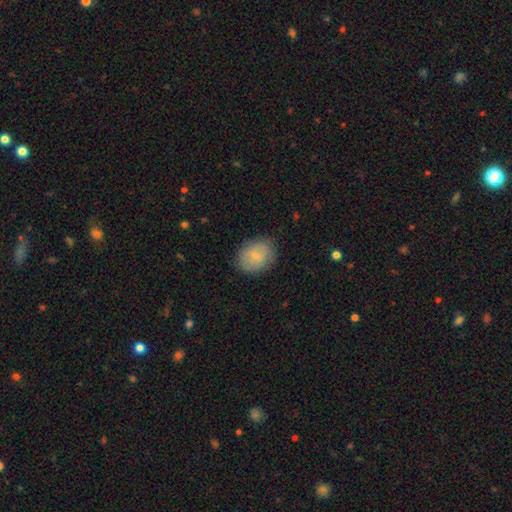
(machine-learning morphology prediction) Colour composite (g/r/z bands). It shows a smooth galaxy with no disk features (73%) that is in between round and cigar-shaped (56%). Merging: none (81%).